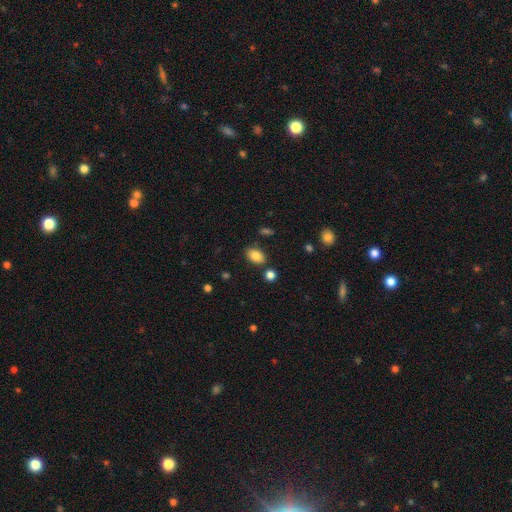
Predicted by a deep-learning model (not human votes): The model was most divided on "merging": none: 79%, minor disturbance: 12%, merger: 6%, major disturbance: 3%. More confident: how rounded — in between (86%); smooth or featured — smooth (85%).